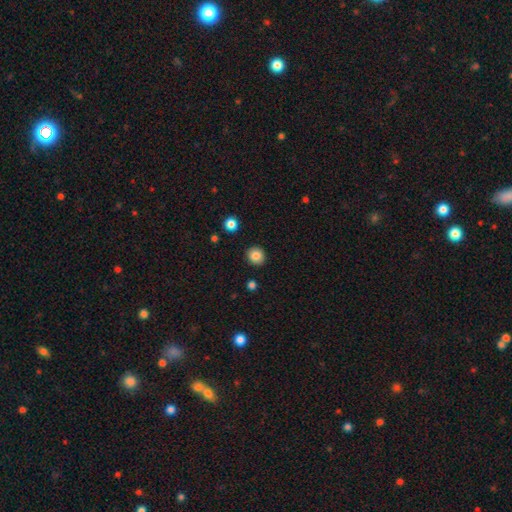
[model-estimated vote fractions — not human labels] Q: Smooth or featured?
A: smooth (86%); runner-up: star or artifact (10%)
Q: How rounded?
A: round (87%); runner-up: in between (12%)
Q: Merging?
A: none (91%); runner-up: minor disturbance (6%)